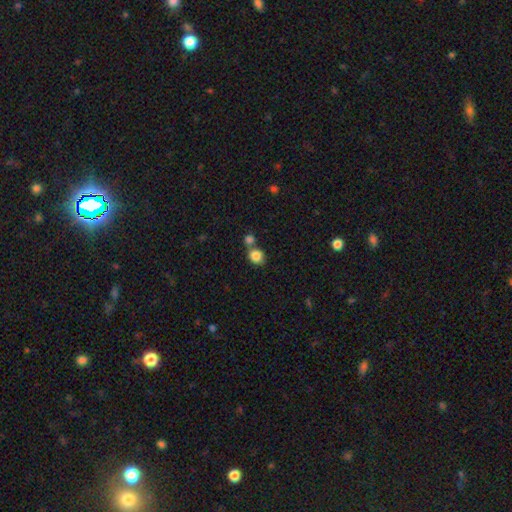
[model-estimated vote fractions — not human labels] smooth_or_featured: smooth (p=0.85) [alt: star or artifact p=0.09]
how_rounded: round (p=0.67) [alt: in between p=0.32]
merging: none (p=0.52) [alt: merger p=0.35]